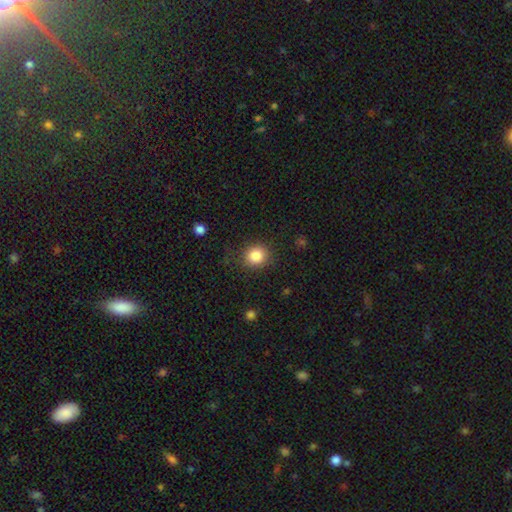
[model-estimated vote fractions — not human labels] Morphology: type=smooth (84%); roundness=round (83%); merging=none (84%).